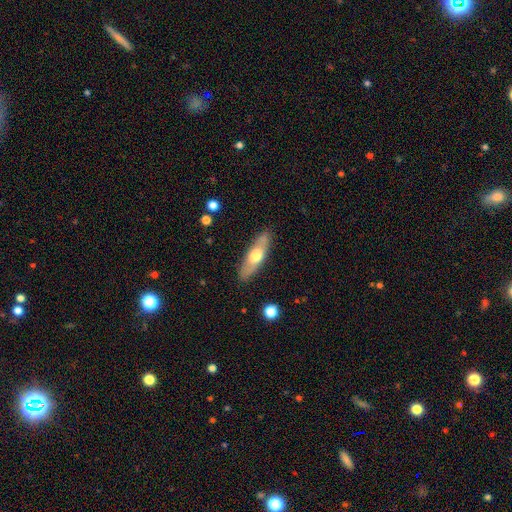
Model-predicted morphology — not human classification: A smooth galaxy with no disk features (54%) that is cigar-shaped (51%).

Vote fractions:
- Smooth or featured? smooth: 54% / featured or disk: 41% / star or artifact: 5%
- How rounded? cigar-shaped: 51% / in between: 46% / round: 2%
- Merging? none: 86% / minor disturbance: 10% / major disturbance: 2% / merger: 1%